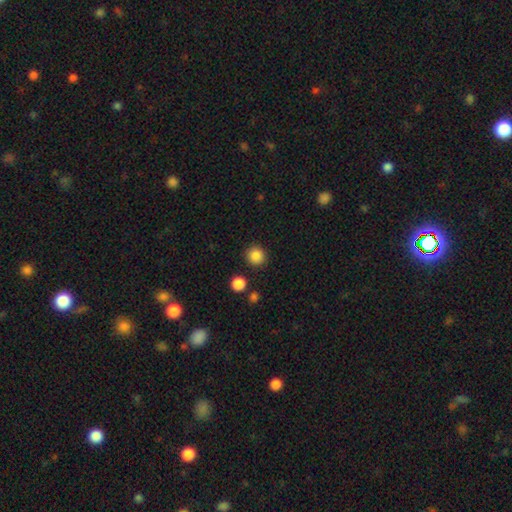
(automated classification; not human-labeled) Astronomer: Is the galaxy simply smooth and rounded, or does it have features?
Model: smooth — 87%.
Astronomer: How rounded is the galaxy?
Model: round — 93%.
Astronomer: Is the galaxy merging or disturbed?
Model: none — 89%.